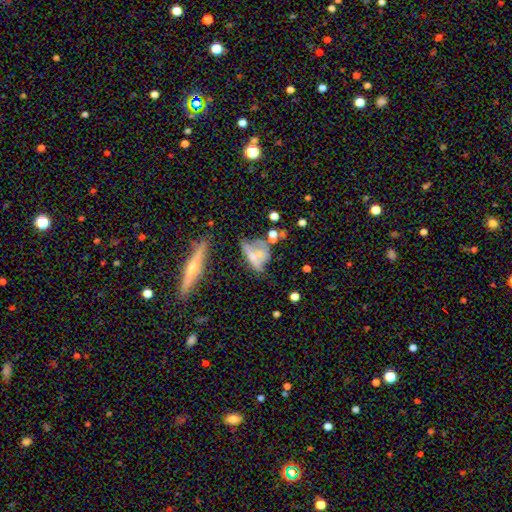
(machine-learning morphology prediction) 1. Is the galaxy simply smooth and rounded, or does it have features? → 43% smooth (tied), 43% featured or disk (tied), 14% star or artifact.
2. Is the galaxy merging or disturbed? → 27% major disturbance (tied), 27% merger (tied), 26% none, 19% minor disturbance.